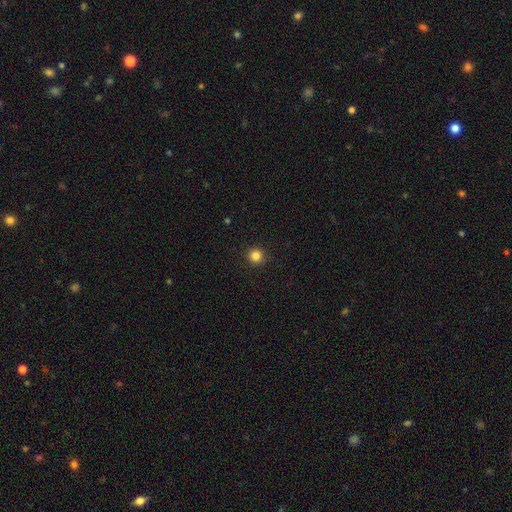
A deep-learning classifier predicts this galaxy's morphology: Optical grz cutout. It shows a smooth galaxy with no disk features (84%) that is round (95%). Merging: none (93%).